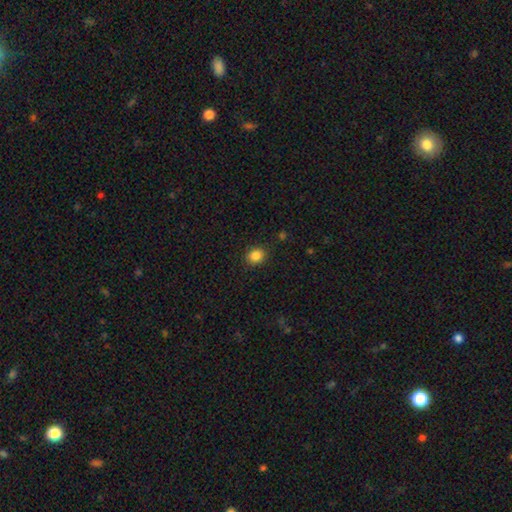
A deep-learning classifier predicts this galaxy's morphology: This appears to be a smooth galaxy with no disk features (85%) that is round (67%). Merging: none (88%).